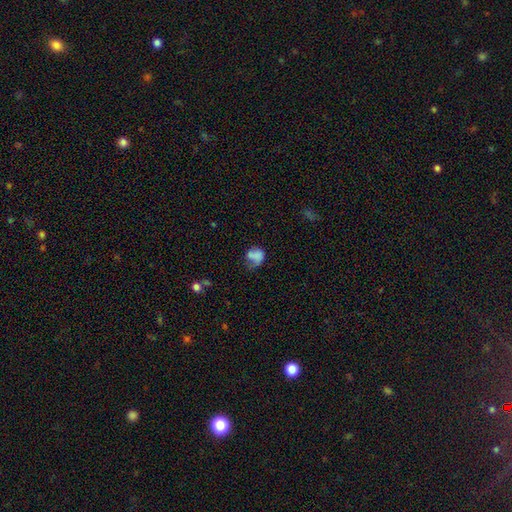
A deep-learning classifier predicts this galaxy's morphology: This appears to be a smooth galaxy with no disk features (66%) that is in between round and cigar-shaped (51%). Merging: major disturbance (30%, tied with none).